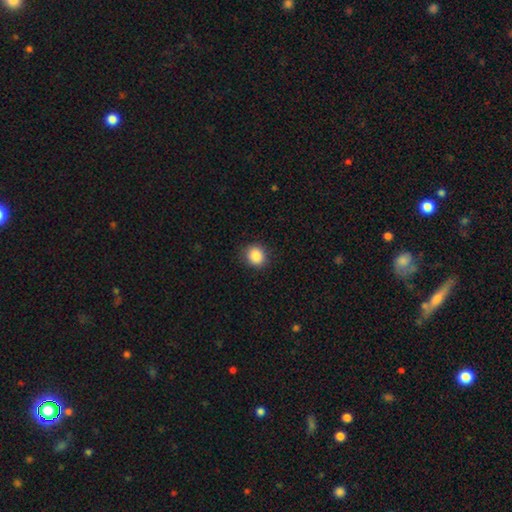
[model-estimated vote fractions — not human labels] Smooth or featured: smooth — 88% (star or artifact — 9%)
How rounded: round — 84% (in between — 15%)
Merging: none — 90% (minor disturbance — 7%)